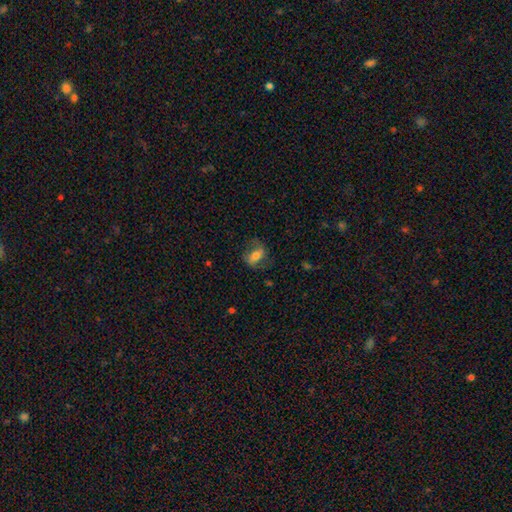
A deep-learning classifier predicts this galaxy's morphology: A smooth galaxy with no disk features (53%) that is in between round and cigar-shaped (75%). Merging: none (66%).